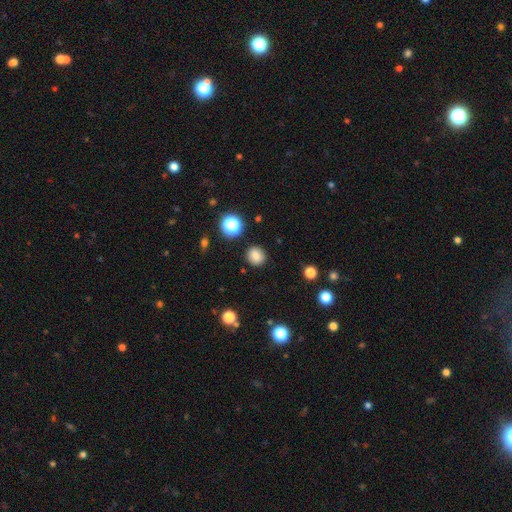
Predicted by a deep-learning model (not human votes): This appears to be a smooth galaxy with no disk features (83%) that is round (82%). Merging: none (89%).